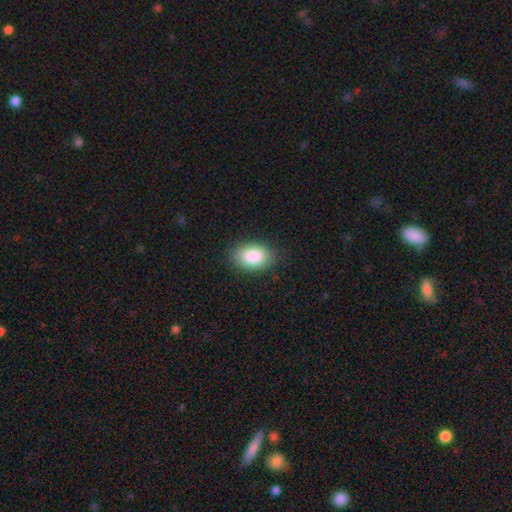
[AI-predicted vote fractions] Smooth or featured: smooth — 88% (star or artifact — 7%)
How rounded: in between — 88% (round — 10%)
Merging: none — 86% (minor disturbance — 10%)